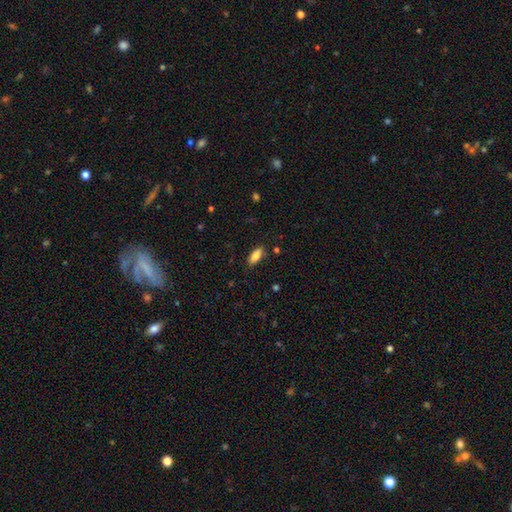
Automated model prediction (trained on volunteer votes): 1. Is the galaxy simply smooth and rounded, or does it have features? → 80% smooth, 13% featured or disk, 7% star or artifact.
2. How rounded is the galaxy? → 81% in between, 17% cigar-shaped, 2% round.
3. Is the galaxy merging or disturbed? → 84% none, 12% minor disturbance, 2% major disturbance, 2% merger.